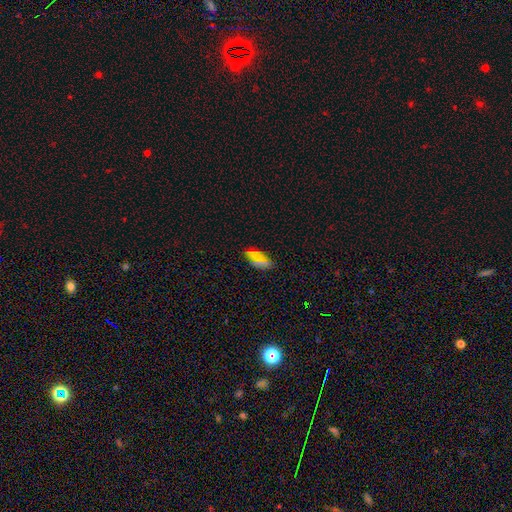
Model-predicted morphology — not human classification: smooth 67%, star or artifact 23%, featured or disk 10%. Down the decision tree: how rounded — in between (88%); merging — none (81%).